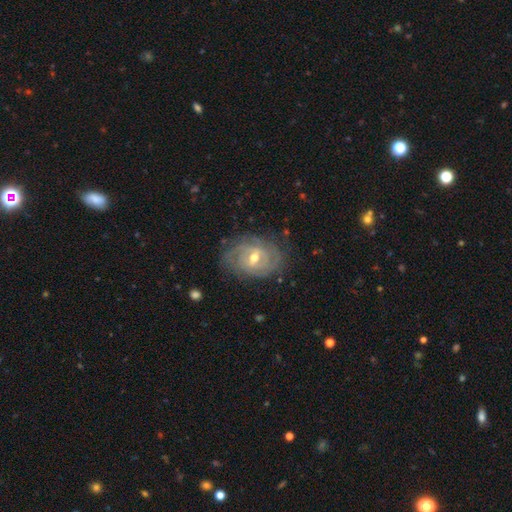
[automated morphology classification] Overall: featured or disk (75%). Edge-on disk: no (95%). Bar: weak (48%; no 36%). Spiral arms: yes (89%). Spiral arm count: can't tell (45%; 2 24%). Spiral winding: tight (69%). Bulge size: moderate (56%; small 41%). Merging: none (79%).